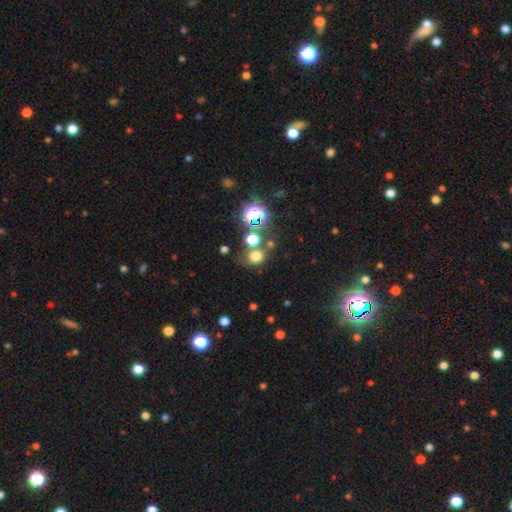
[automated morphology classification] A smooth galaxy with no disk features (68%) that is round (74%). Merging: none (64%).